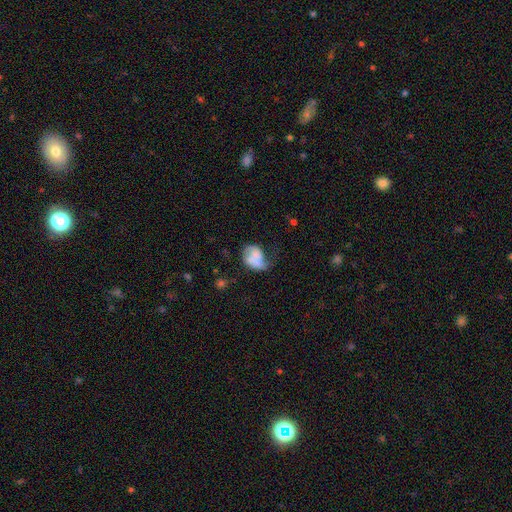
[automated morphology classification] A smooth galaxy with no disk features (51%) that is in between round and cigar-shaped (65%). Merging: major disturbance (33%).